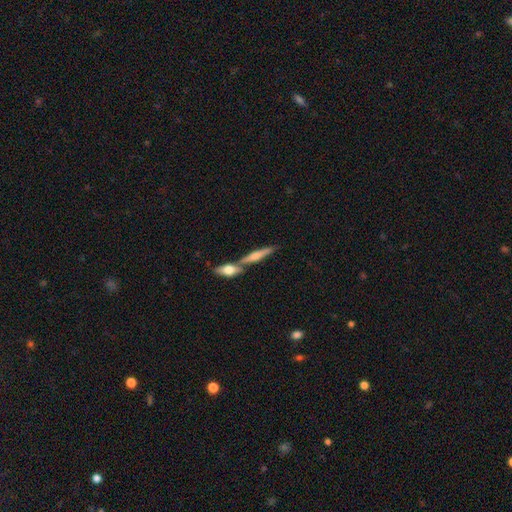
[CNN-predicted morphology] smooth_or_featured: featured or disk (p=0.51) [alt: smooth p=0.42]
disk_edge_on: yes (p=0.94) [alt: no p=0.06]
merging: none (p=0.55) [alt: merger p=0.33]